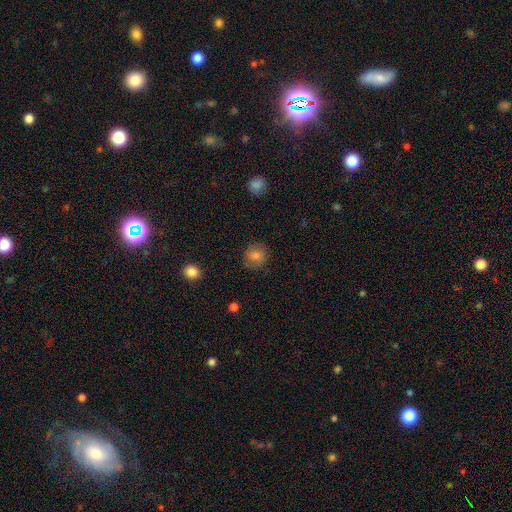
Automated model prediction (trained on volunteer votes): This is likely a smooth galaxy (80%). How rounded: clearly round (88%). Merging: clearly none (84%).